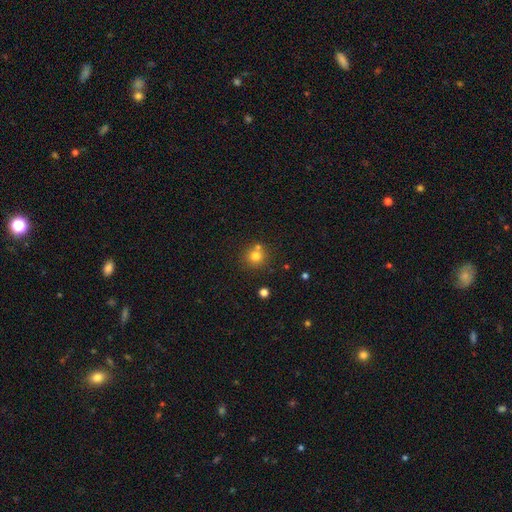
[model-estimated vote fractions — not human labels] Smooth or featured: smooth — 77% (star or artifact — 13%)
How rounded: round — 90% (in between — 9%)
Merging: none — 65% (merger — 24%)